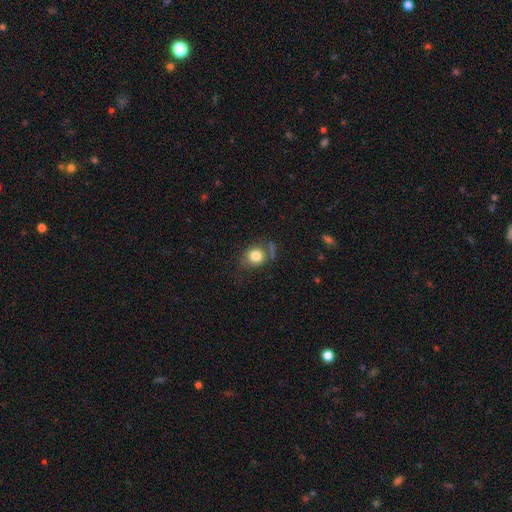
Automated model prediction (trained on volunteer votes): Smooth or featured? smooth (80%)
How rounded? round (75%)
Merging? none (63%)